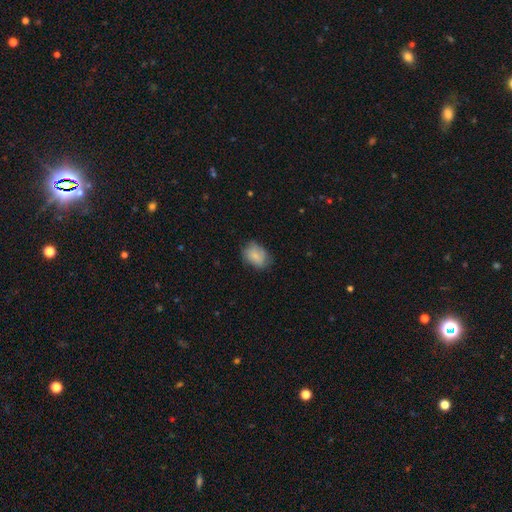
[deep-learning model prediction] A smooth galaxy with no disk features (81%) that is in between round and cigar-shaped (77%).

Vote fractions:
- Smooth or featured? smooth: 81% / featured or disk: 11% / star or artifact: 7%
- How rounded? in between: 77% / round: 22% / cigar-shaped: 1%
- Merging? none: 66% / minor disturbance: 26% / major disturbance: 6% / merger: 1%